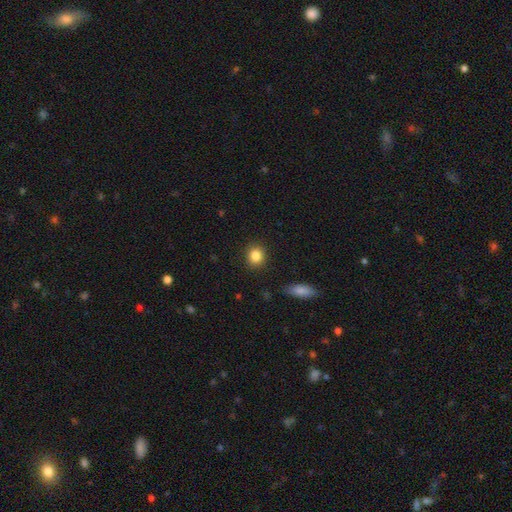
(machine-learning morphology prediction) This is clearly a smooth galaxy (85%). How rounded: likely round (78%). Merging: clearly none (90%).